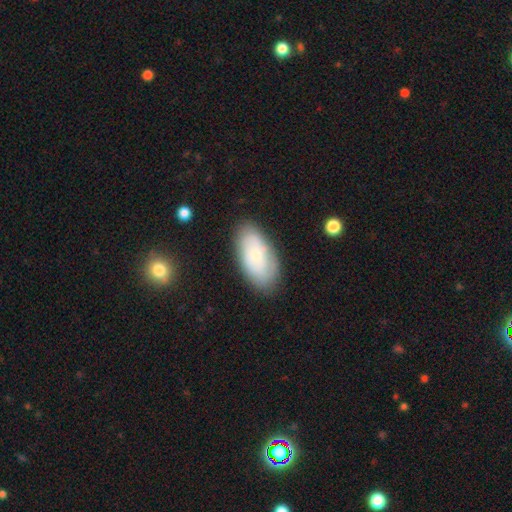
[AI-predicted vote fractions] Smooth or featured? Predicted: smooth (p=0.60). How rounded? Predicted: in between (p=0.93). Merging? Predicted: none (p=0.79).